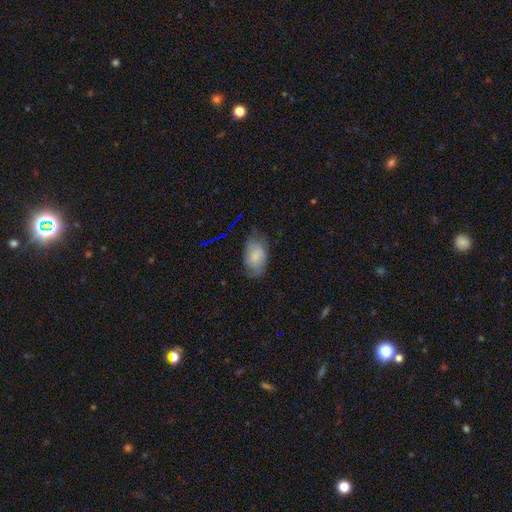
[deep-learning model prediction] smooth 62%, featured or disk 29%, star or artifact 9%. Down the decision tree: how rounded — in between (91%); merging — none (59%).